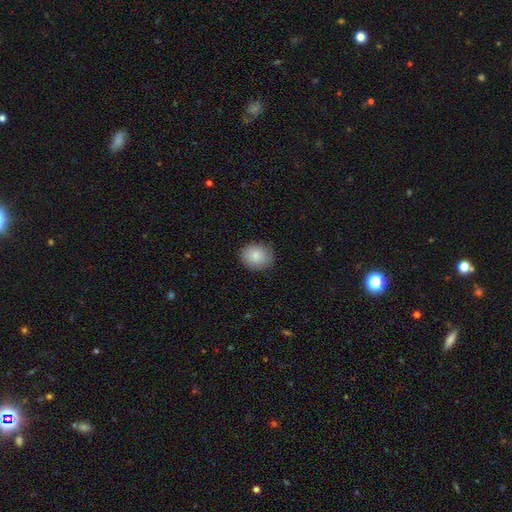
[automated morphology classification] Smooth or featured? Predicted: smooth (p=0.85). How rounded? Predicted: round (p=0.66). Merging? Predicted: none (p=0.84).